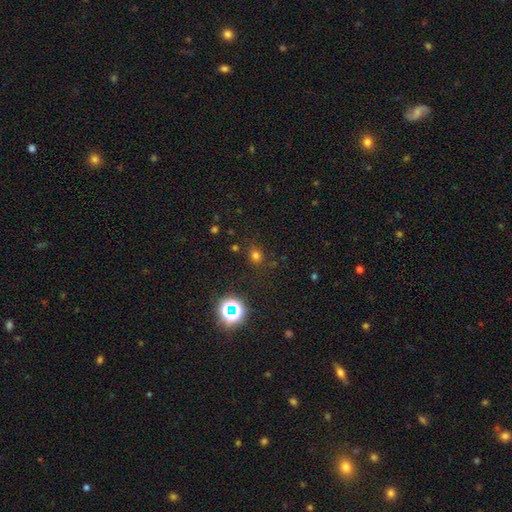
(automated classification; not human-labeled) Smooth or featured: smooth — 67% (star or artifact — 27%)
How rounded: round — 71% (in between — 27%)
Merging: none — 80% (minor disturbance — 12%)